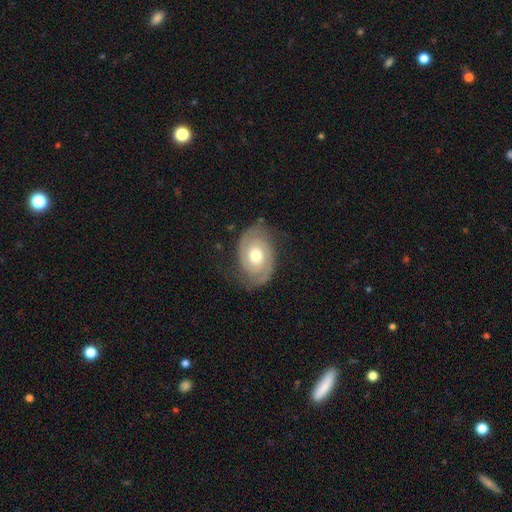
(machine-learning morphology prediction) Smooth or featured?
  - featured or disk: 83% *
  - smooth: 12%
  - star or artifact: 5%
Edge-on disk?
  - no: 97% *
  - yes: 3%
Bar?
  - no: 76% *
  - weak: 19%
  - strong: 4%
Spiral arms?
  - yes: 95% *
  - no: 5%
Spiral winding?
  - tight: 58% *
  - medium: 33%
  - loose: 9%
Spiral arm count?
  - 2: 89% *
  - can't tell: 5%
  - 1: 2%
  - 3: 2%
  - 4: 1%
  - more than 4: 1%
Bulge size?
  - moderate: 76% *
  - small: 13%
  - large: 9%
  - dominant: 1%
  - none: 1%
Merging?
  - none: 78% *
  - minor disturbance: 16%
  - major disturbance: 6%
  - merger: 1%